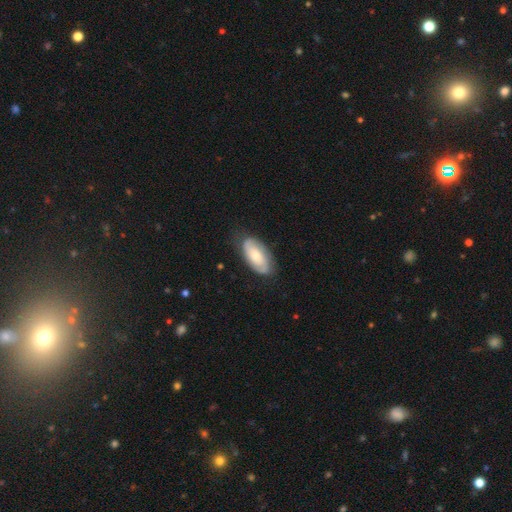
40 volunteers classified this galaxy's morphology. smooth_or_featured: featured or disk (p=0.55) [alt: smooth p=0.42]
disk_edge_on: no (p=1.00)
bar: no (p=0.73) [alt: weak p=0.23]
has_spiral_arms: yes (p=0.91) [alt: no p=0.09]
spiral_winding: medium (p=0.50) [alt: tight p=0.40]
spiral_arm_count: 2 (p=0.85) [alt: can't tell p=0.15]
bulge_size: moderate (p=0.50) [alt: small p=0.41]
merging: none (p=0.77) [alt: minor disturbance p=0.21]